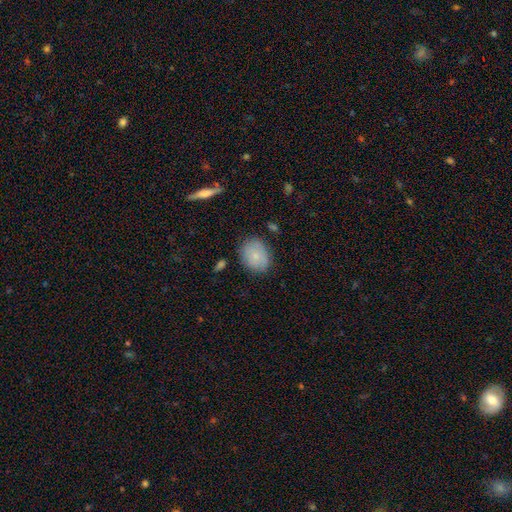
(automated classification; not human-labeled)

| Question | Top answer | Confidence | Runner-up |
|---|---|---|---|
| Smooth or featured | smooth | 78% | featured or disk (15%) |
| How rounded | round | 54% | in between (45%) |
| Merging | none | 79% | minor disturbance (15%) |